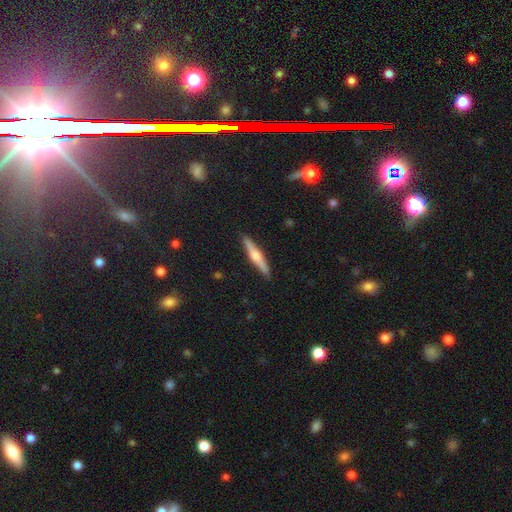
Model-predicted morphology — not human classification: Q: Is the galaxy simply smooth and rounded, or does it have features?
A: featured or disk — 56%.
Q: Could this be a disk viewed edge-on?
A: yes — 97%.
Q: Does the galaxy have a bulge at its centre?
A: rounded — 84%.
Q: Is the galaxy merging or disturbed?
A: none — 91%.